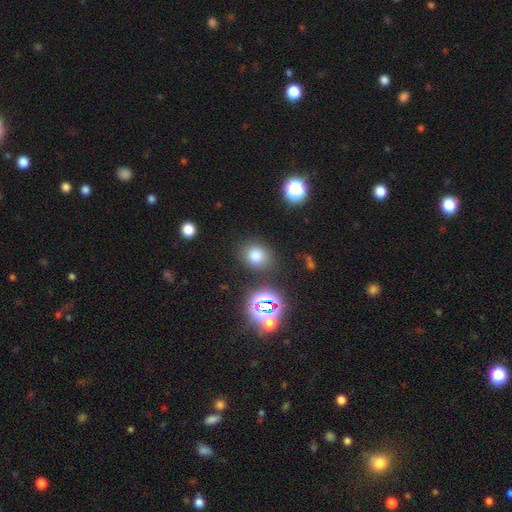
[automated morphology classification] smooth 74%, star or artifact 19%, featured or disk 7%. Down the decision tree: how rounded — round (61%); merging — none (81%).